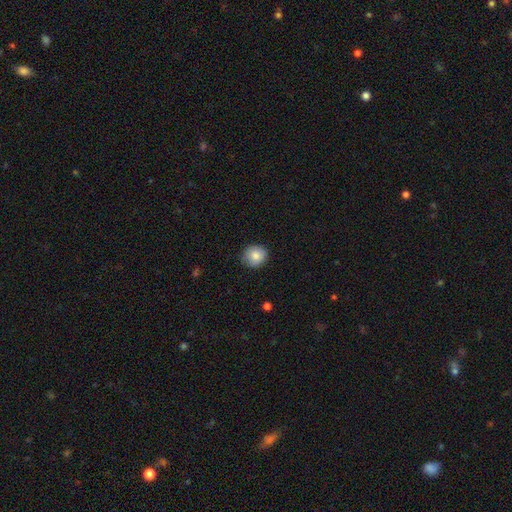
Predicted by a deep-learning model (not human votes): Smooth or featured: smooth — 84% (featured or disk — 8%)
How rounded: round — 86% (in between — 13%)
Merging: none — 85% (minor disturbance — 12%)